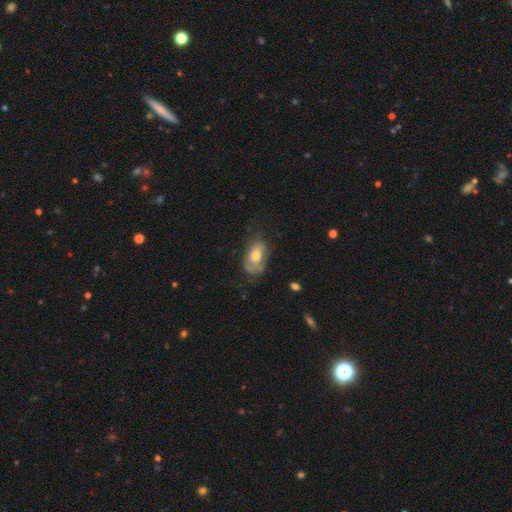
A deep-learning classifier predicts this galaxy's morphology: smooth-or-featured: smooth: 62% | featured or disk: 31% | star or artifact: 7%
  how-rounded: in between: 90% | round: 8% | cigar-shaped: 3%
  merging: none: 49% | minor disturbance: 32% | major disturbance: 17% | merger: 2%